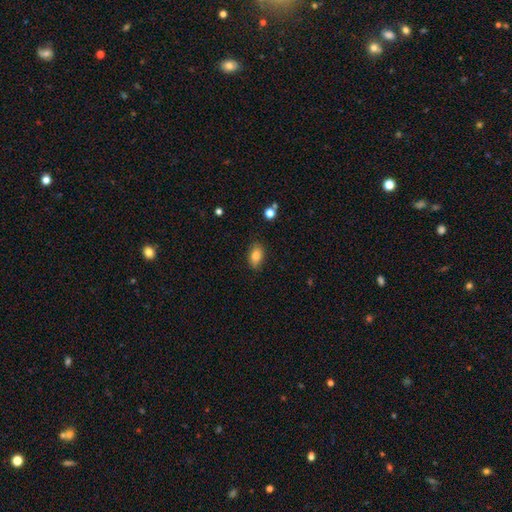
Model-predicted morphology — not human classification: A smooth galaxy with no disk features (83%) that is in between round and cigar-shaped (88%). Merging: none (85%).